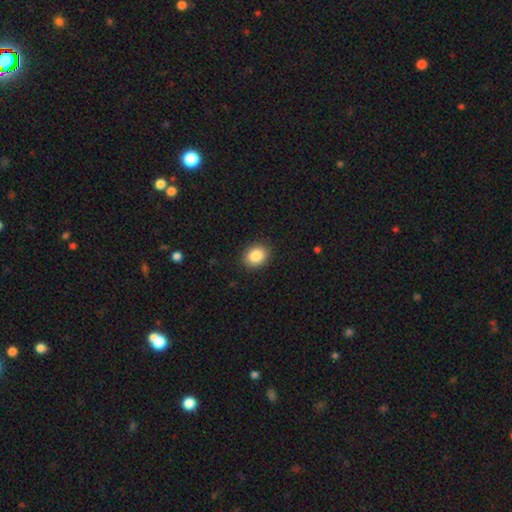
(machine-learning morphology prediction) A smooth galaxy with no disk features (87%) that is round (54%). Merging: none (89%).